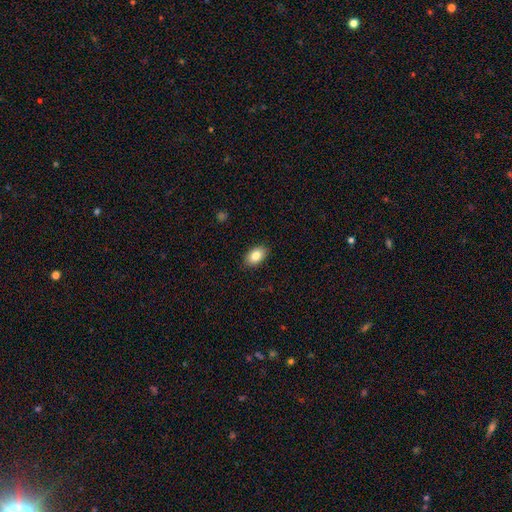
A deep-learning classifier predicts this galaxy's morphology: The model was most divided on "smooth or featured": smooth: 84%, featured or disk: 9%, star or artifact: 7%. More confident: how rounded — in between (91%); merging — none (89%).